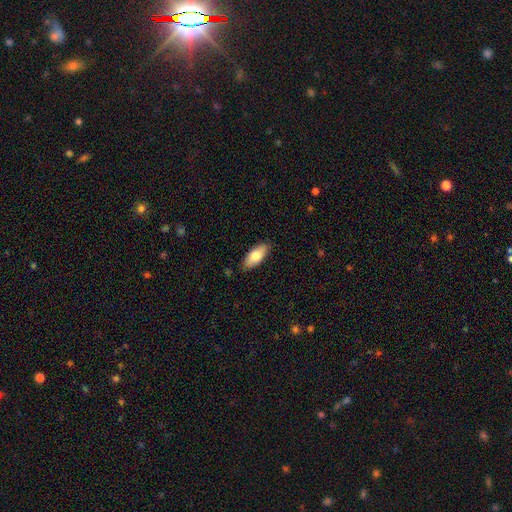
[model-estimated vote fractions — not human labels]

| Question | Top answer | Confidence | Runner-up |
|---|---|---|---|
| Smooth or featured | smooth | 77% | featured or disk (17%) |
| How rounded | in between | 85% | cigar-shaped (13%) |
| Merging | none | 85% | minor disturbance (11%) |